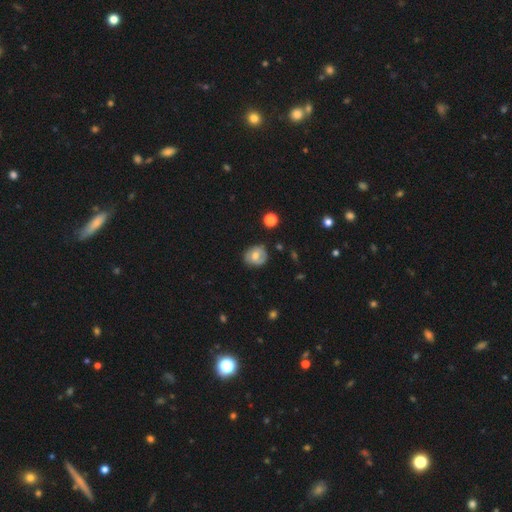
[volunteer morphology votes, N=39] smooth_or_featured: smooth (p=0.62) [alt: featured or disk p=0.36]
how_rounded: round (p=0.58) [alt: in between p=0.38]
merging: none (p=0.66) [alt: minor disturbance p=0.32]